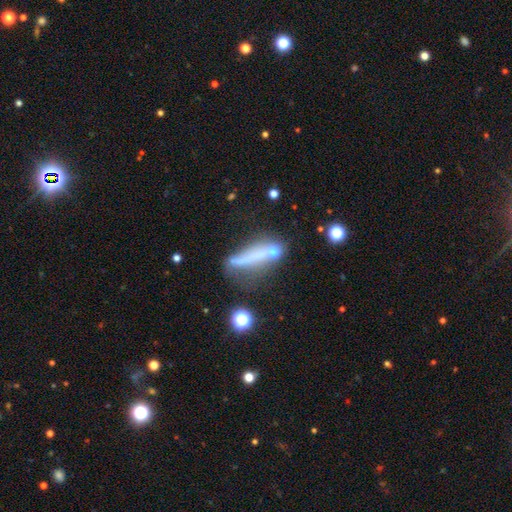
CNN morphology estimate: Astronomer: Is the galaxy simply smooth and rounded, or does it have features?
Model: smooth — 47% (runner-up: featured or disk, 39%).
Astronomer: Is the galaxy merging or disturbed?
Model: none — 38% (runner-up: minor disturbance, 23%).